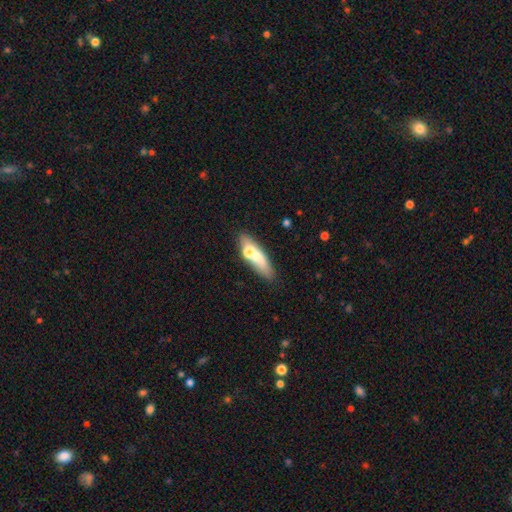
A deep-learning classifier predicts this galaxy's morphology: A smooth galaxy with no disk features (60%) that is cigar-shaped (49%).

Vote fractions:
- Smooth or featured? smooth: 60% / featured or disk: 32% / star or artifact: 8%
- How rounded? cigar-shaped: 49% / in between: 46% / round: 5%
- Merging? none: 52% / merger: 24% / minor disturbance: 17% / major disturbance: 8%